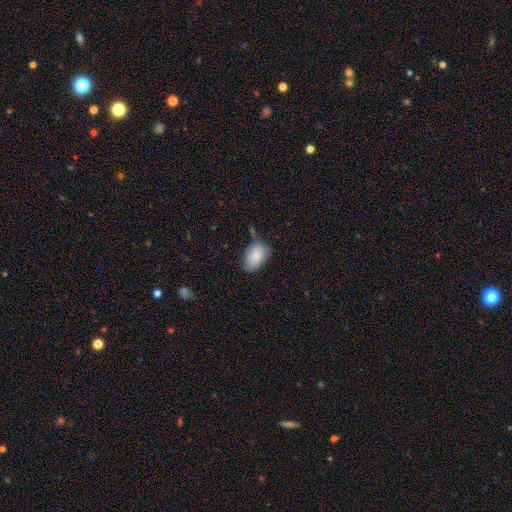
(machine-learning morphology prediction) This appears to be a smooth galaxy with no disk features (86%) that is in between round and cigar-shaped (91%). Merging: none (58%).